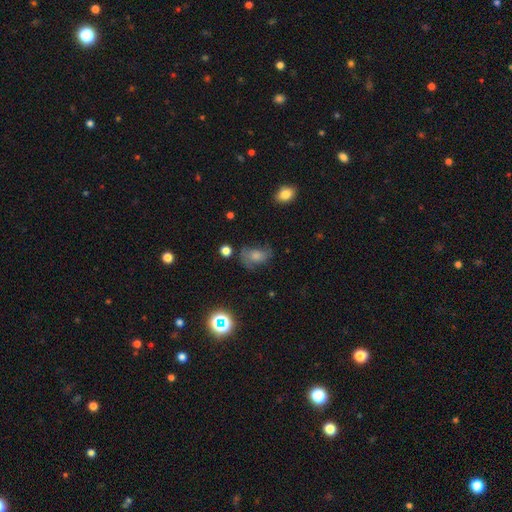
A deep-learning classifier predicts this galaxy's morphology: Smooth or featured: smooth — 63% (featured or disk — 23%)
How rounded: in between — 78% (round — 20%)
Merging: none — 45% (minor disturbance — 30%)